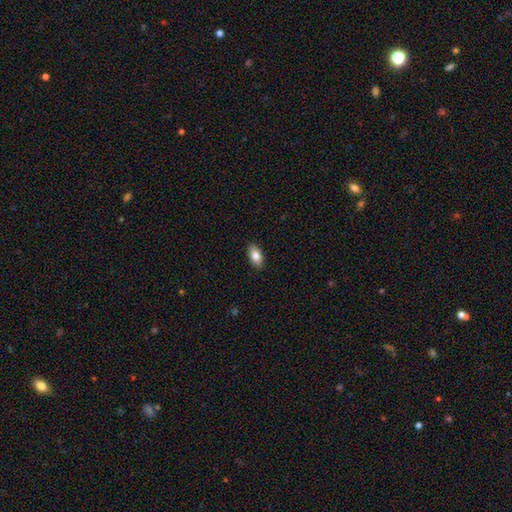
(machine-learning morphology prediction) Smooth or featured? smooth (81%)
How rounded? in between (91%)
Merging? none (89%)